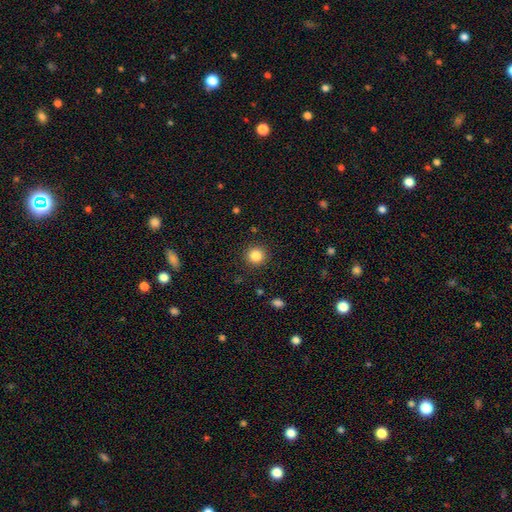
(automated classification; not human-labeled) Q: Smooth or featured?
A: smooth (84%); runner-up: star or artifact (11%)
Q: How rounded?
A: round (93%); runner-up: in between (6%)
Q: Merging?
A: none (91%); runner-up: minor disturbance (6%)